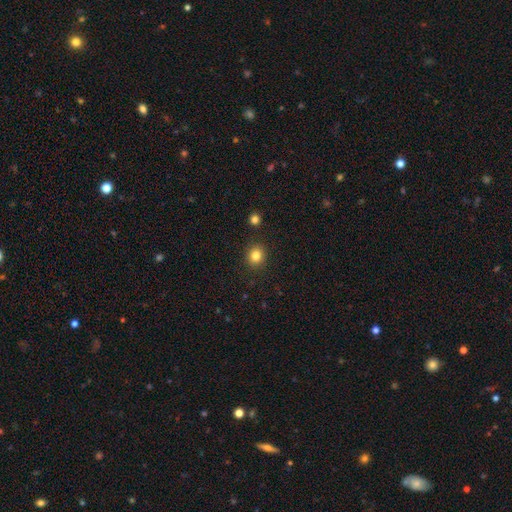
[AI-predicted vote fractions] smooth 84%, star or artifact 11%, featured or disk 5%. Down the decision tree: how rounded — round (81%); merging — none (89%).